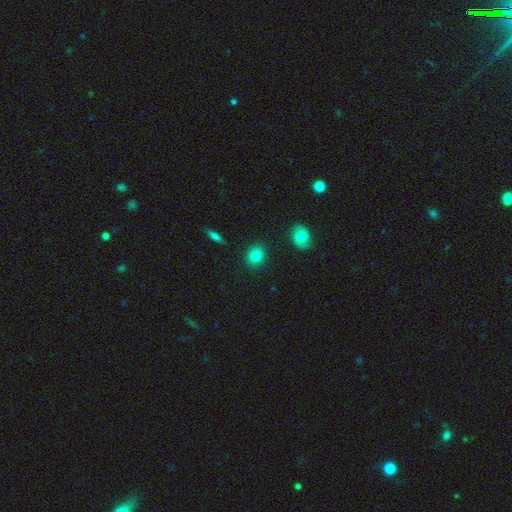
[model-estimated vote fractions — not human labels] smooth 83%, star or artifact 9%, featured or disk 7%. Down the decision tree: how rounded — round (74%); merging — none (89%).